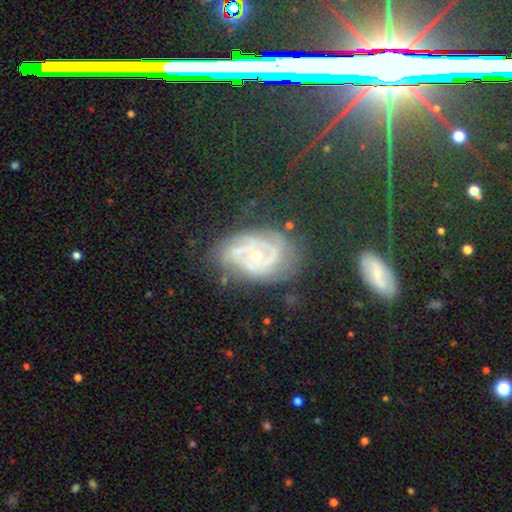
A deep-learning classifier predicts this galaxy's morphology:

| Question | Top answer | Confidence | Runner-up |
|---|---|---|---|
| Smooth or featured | featured or disk | 77% | star or artifact (13%) |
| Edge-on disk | no | 97% | yes (3%) |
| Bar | no | 66% | weak (26%) |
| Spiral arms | yes | 91% | no (9%) |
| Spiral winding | tight | 60% | medium (31%) |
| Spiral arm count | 2 | 31% | can't tell (29%) |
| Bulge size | small | 61% | moderate (35%) |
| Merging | none | 59% | minor disturbance (24%) |